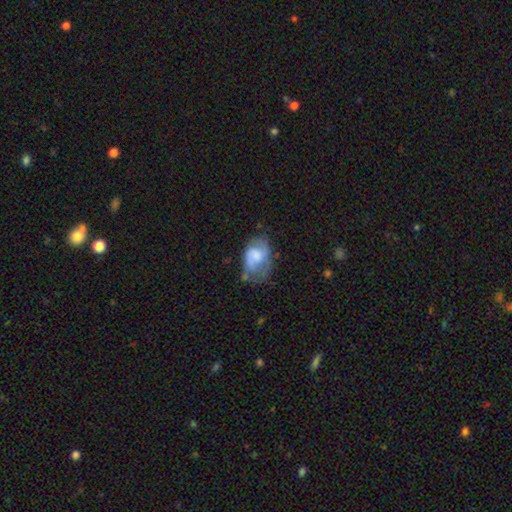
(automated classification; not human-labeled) smooth_or_featured: featured or disk (p=0.50) [alt: smooth p=0.42]
disk_edge_on: no (p=0.96) [alt: yes p=0.04]
merging: none (p=0.42) [alt: minor disturbance p=0.33]